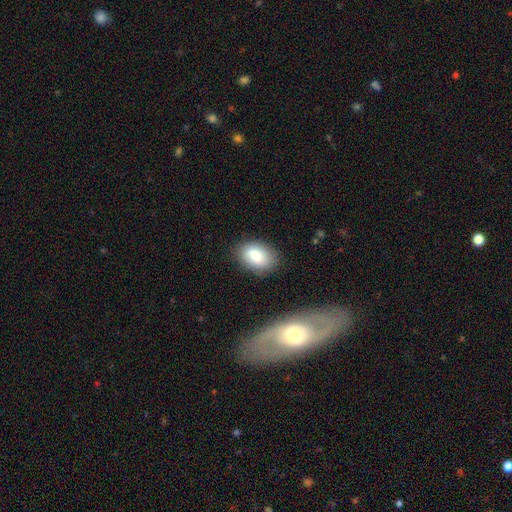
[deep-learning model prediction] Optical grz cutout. It shows a smooth galaxy with no disk features (84%) that is in between round and cigar-shaped (86%). Merging: none (81%).